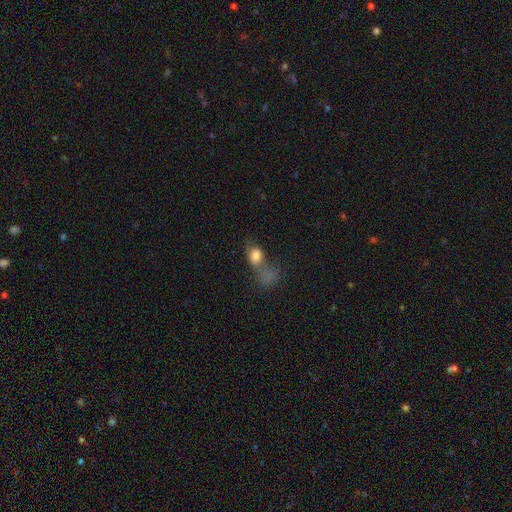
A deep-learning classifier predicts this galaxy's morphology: type=smooth (72%); roundness=in between (63%); merging=merger (42%).